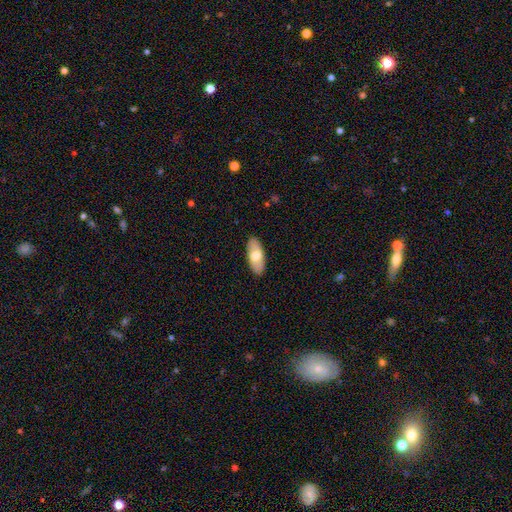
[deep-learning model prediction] The model was most divided on "smooth or featured": smooth: 67%, featured or disk: 28%, star or artifact: 5%. More confident: merging — none (89%); how rounded — in between (87%).